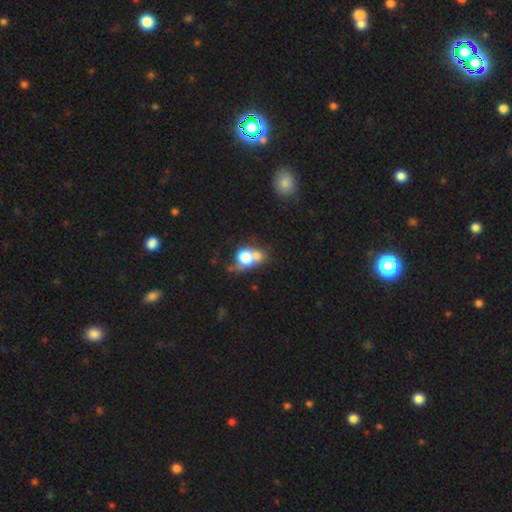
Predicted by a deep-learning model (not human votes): The model was most divided on "merging": merger: 55%, none: 27%, minor disturbance: 10%, major disturbance: 8%. More confident: smooth or featured — smooth (65%); how rounded — round (64%).